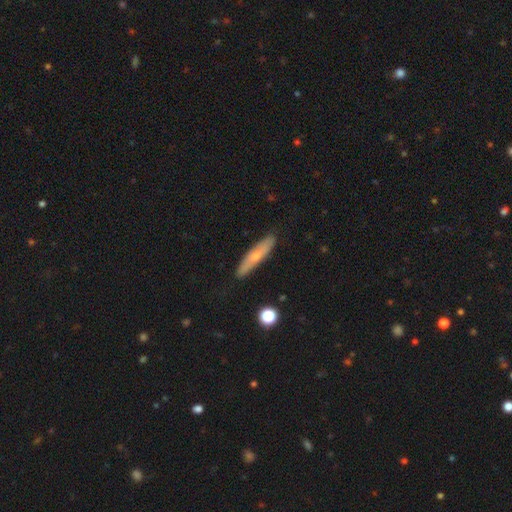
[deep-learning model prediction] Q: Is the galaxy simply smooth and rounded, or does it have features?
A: smooth — 58%.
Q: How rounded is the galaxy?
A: cigar-shaped — 85%.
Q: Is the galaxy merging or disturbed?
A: none — 86%.